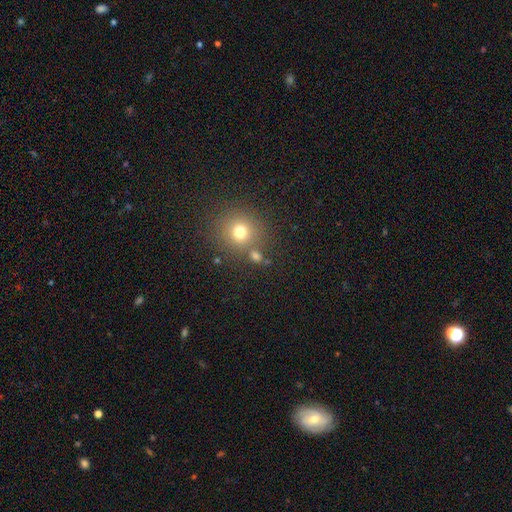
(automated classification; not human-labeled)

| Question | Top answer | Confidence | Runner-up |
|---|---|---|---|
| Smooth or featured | smooth | 68% | star or artifact (22%) |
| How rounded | round | 84% | in between (15%) |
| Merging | none | 71% | merger (16%) |